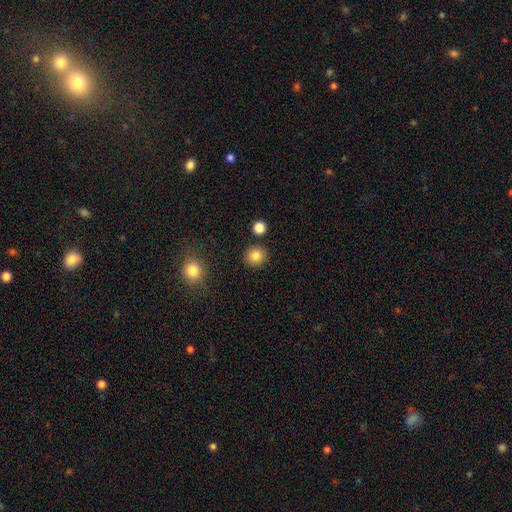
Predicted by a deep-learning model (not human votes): The model was most divided on "smooth or featured": smooth: 84%, star or artifact: 11%, featured or disk: 6%. More confident: merging — none (88%); how rounded — round (88%).